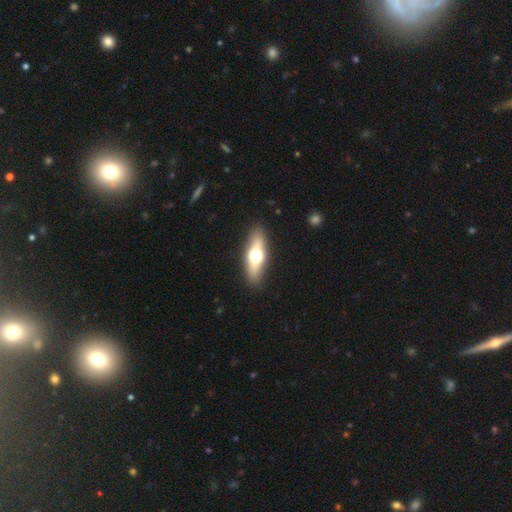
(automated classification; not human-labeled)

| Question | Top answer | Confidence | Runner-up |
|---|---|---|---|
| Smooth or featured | featured or disk | 50% | smooth (44%) |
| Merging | none | 89% | minor disturbance (8%) |